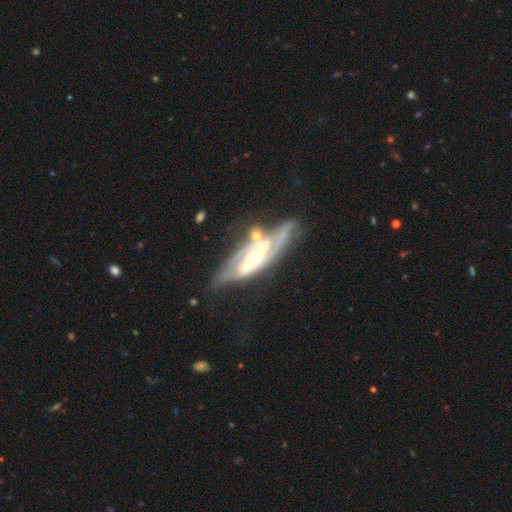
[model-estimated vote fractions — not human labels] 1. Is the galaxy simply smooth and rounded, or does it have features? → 89% featured or disk, 7% smooth, 5% star or artifact.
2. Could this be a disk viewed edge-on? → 88% no, 12% yes.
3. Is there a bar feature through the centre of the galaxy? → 35% weak, 33% strong, 32% no.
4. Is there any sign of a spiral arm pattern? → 95% yes, 5% no.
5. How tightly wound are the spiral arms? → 44% medium (tied), 44% tight (tied), 12% loose.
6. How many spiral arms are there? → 71% 2, 11% can't tell, 10% 3, 3% 1, 2% 4, 2% more than 4.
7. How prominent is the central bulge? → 60% moderate, 32% small, 5% large, 1% none, 1% dominant.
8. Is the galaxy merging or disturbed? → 53% none, 20% minor disturbance, 15% merger, 12% major disturbance.